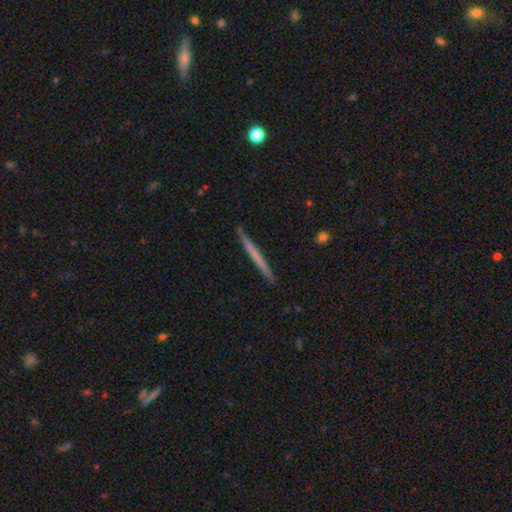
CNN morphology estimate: Overall: smooth (52%; featured or disk 43%). How rounded: cigar-shaped (97%). Merging: none (92%).